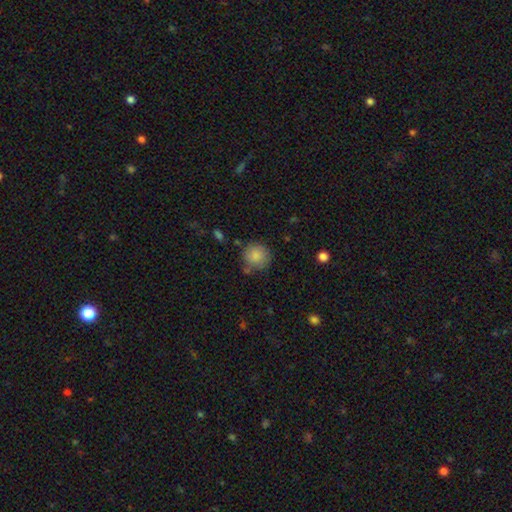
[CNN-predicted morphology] smooth_or_featured: smooth (p=0.85) [alt: star or artifact p=0.08]
how_rounded: round (p=0.92) [alt: in between p=0.07]
merging: none (p=0.75) [alt: minor disturbance p=0.14]